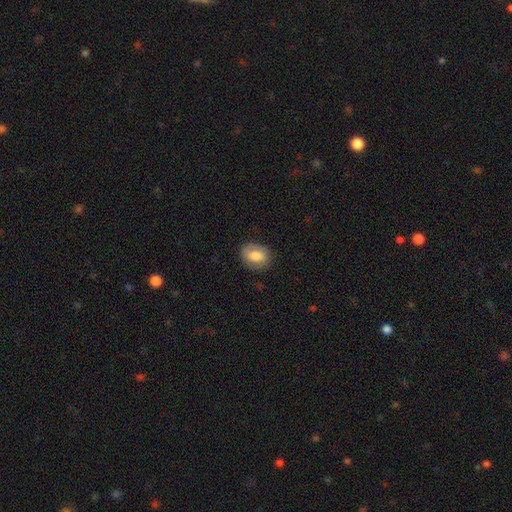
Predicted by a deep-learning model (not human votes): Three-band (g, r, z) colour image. It shows a smooth galaxy with no disk features (72%) that is in between round and cigar-shaped (62%). Merging: none (82%).